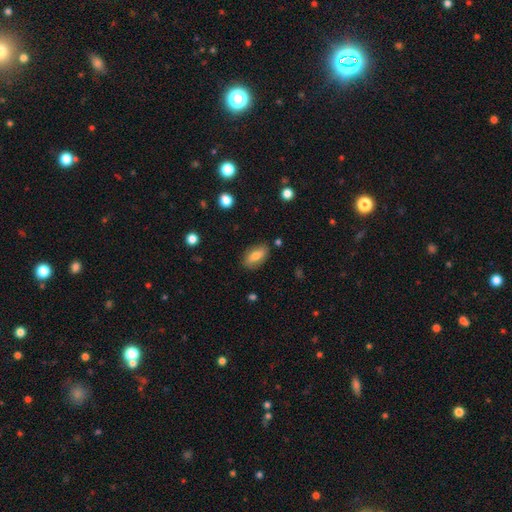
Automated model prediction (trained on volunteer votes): Smooth or featured?
  - smooth: 73% *
  - featured or disk: 20%
  - star or artifact: 7%
How rounded?
  - in between: 87% *
  - cigar-shaped: 8%
  - round: 5%
Merging?
  - none: 82% *
  - minor disturbance: 13%
  - major disturbance: 3%
  - merger: 2%